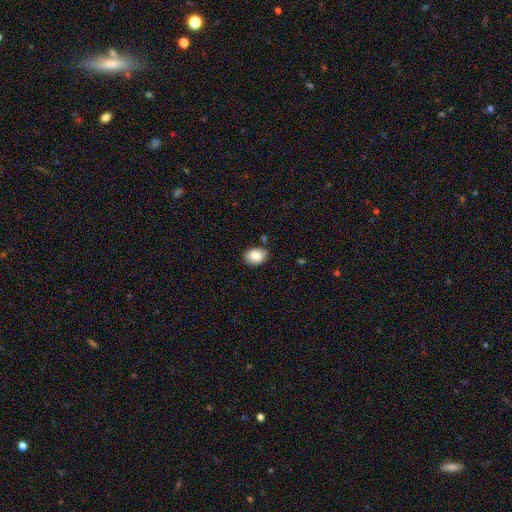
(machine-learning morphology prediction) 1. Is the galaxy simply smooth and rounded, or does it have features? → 82% smooth, 10% featured or disk, 8% star or artifact.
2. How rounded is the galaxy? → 76% in between, 23% round, 1% cigar-shaped.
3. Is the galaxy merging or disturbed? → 79% none, 16% minor disturbance, 3% merger, 3% major disturbance.